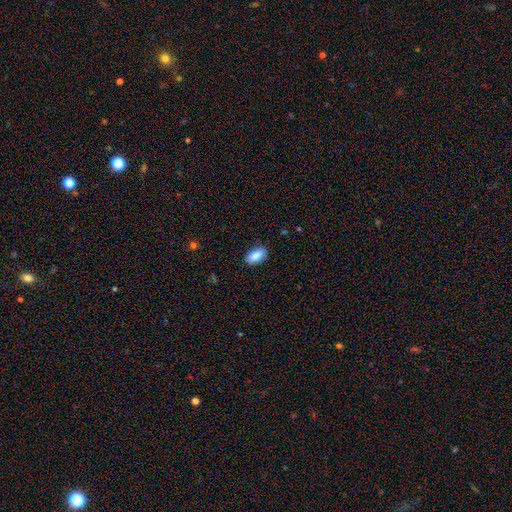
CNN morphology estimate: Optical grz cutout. It shows a smooth galaxy with no disk features (86%) that is in between round and cigar-shaped (93%). Merging: none (86%).